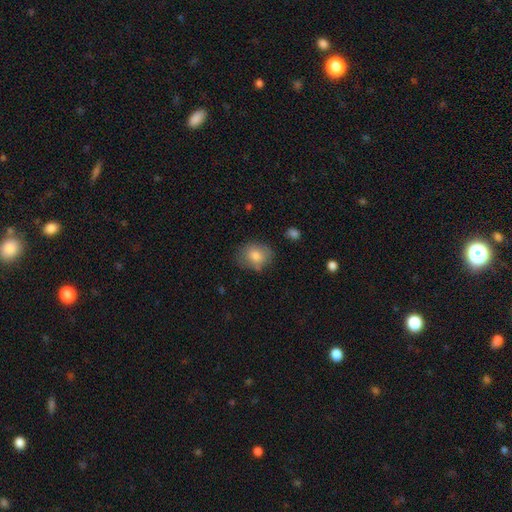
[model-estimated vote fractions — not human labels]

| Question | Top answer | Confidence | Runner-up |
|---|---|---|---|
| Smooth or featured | smooth | 78% | featured or disk (13%) |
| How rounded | round | 57% | in between (42%) |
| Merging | none | 72% | minor disturbance (21%) |